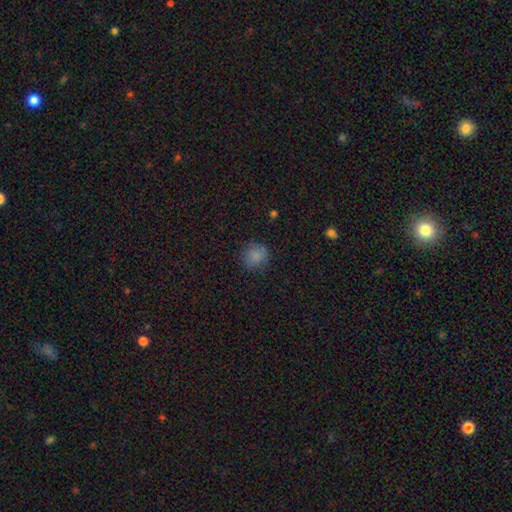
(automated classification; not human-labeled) smooth-or-featured: smooth: 83% | star or artifact: 12% | featured or disk: 5%
  how-rounded: round: 88% | in between: 11% | cigar-shaped: 1%
  merging: none: 82% | minor disturbance: 13% | major disturbance: 3% | merger: 1%